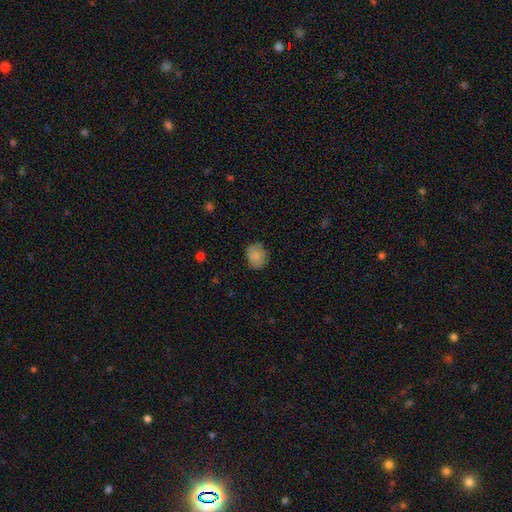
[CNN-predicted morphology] Smooth or featured? smooth (83%)
How rounded? round (63%)
Merging? none (78%)